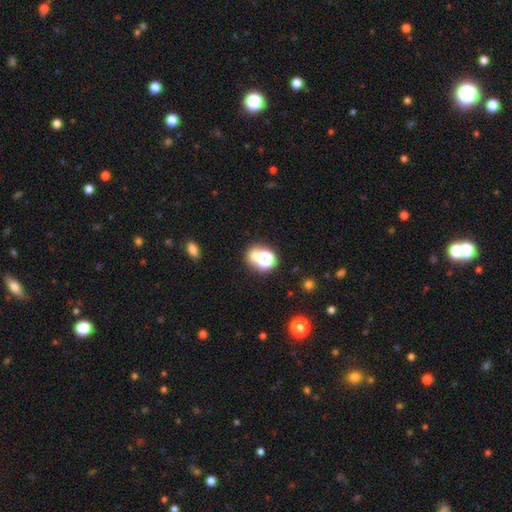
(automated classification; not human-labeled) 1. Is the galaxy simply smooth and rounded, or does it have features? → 56% smooth, 34% star or artifact, 10% featured or disk.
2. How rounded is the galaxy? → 76% round, 23% in between, 1% cigar-shaped.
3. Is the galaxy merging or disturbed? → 54% none, 32% merger, 9% minor disturbance, 5% major disturbance.